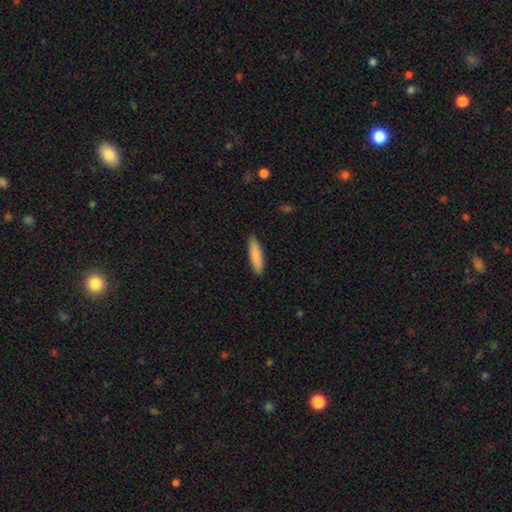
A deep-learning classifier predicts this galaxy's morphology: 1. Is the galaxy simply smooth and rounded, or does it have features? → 86% smooth, 9% featured or disk, 5% star or artifact.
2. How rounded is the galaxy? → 72% cigar-shaped, 27% in between, 1% round.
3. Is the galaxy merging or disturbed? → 89% none, 9% minor disturbance, 2% major disturbance, 1% merger.